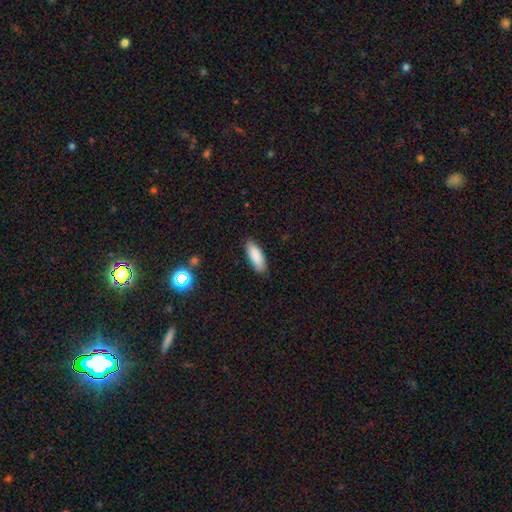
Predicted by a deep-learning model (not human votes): Smooth or featured? Predicted: smooth (p=0.88). How rounded? Predicted: in between (p=0.73). Merging? Predicted: none (p=0.86).